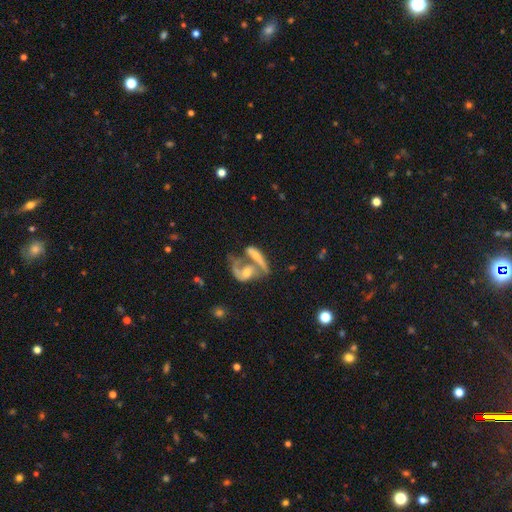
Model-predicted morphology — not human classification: type=featured or disk (54%); edge-on=no (62%); merging=merger (61%).